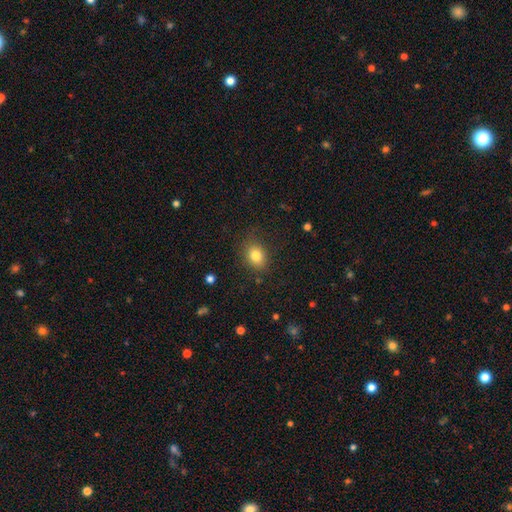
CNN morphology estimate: A smooth galaxy with no disk features (81%) that is in between round and cigar-shaped (57%).

Vote fractions:
- Smooth or featured? smooth: 81% / star or artifact: 11% / featured or disk: 8%
- How rounded? in between: 57% / round: 42% / cigar-shaped: 1%
- Merging? none: 80% / minor disturbance: 14% / major disturbance: 4% / merger: 1%